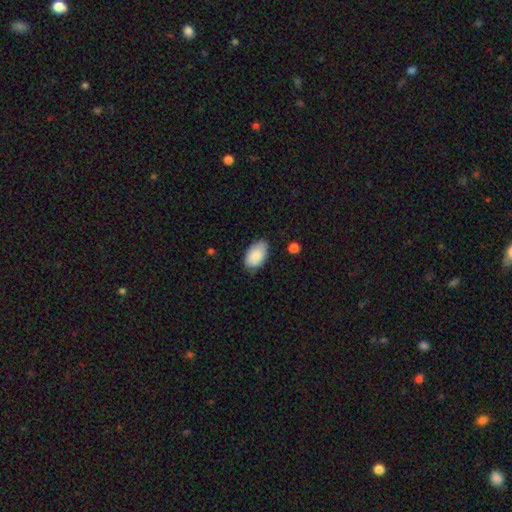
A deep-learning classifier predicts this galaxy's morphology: The model was most divided on "merging": none: 72%, minor disturbance: 23%, major disturbance: 4%, merger: 2%. More confident: how rounded — in between (94%); smooth or featured — smooth (87%).